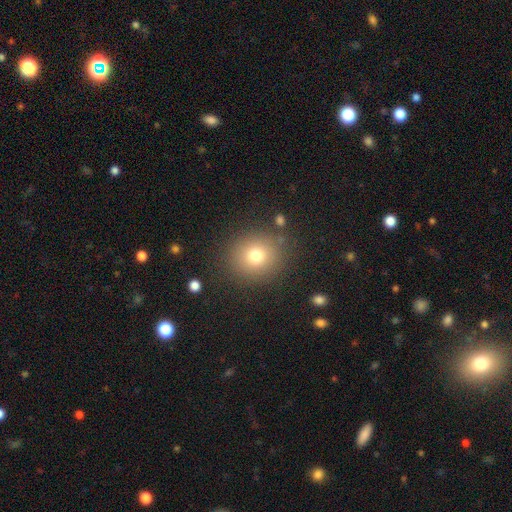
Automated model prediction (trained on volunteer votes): Smooth or featured? smooth (76%)
How rounded? round (85%)
Merging? none (85%)